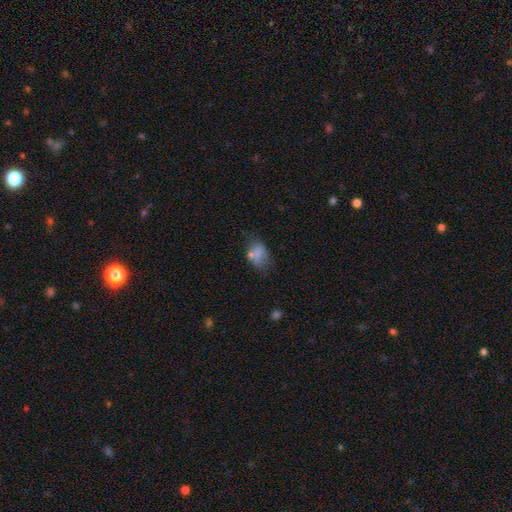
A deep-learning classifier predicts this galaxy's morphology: smooth-or-featured: smooth: 66% | featured or disk: 21% | star or artifact: 13%
  how-rounded: in between: 79% | round: 19% | cigar-shaped: 2%
  merging: none: 45% | minor disturbance: 26% | major disturbance: 16% | merger: 14%